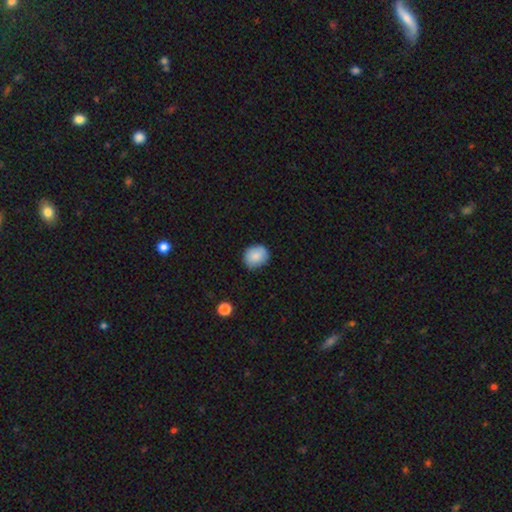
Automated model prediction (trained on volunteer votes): A smooth galaxy with no disk features (85%) that is round (66%).

Vote fractions:
- Smooth or featured? smooth: 85% / star or artifact: 8% / featured or disk: 8%
- How rounded? round: 66% / in between: 33% / cigar-shaped: 1%
- Merging? none: 81% / minor disturbance: 15% / major disturbance: 3% / merger: 1%